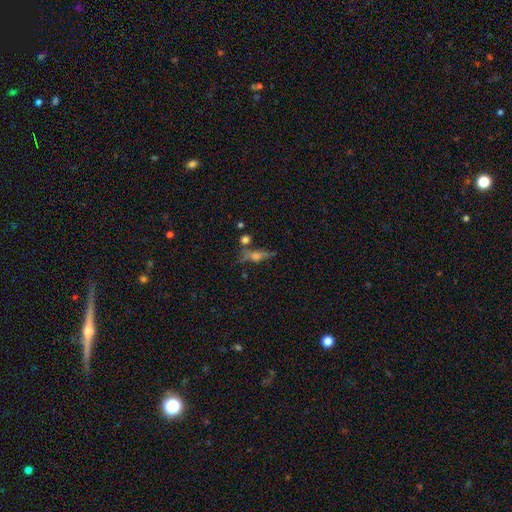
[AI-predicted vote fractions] Smooth or featured: featured or disk — 58% (smooth — 28%)
Edge-on disk: yes — 88% (no — 12%)
Edge-on bulge: rounded — 83% (boxy — 10%)
Merging: none — 65% (minor disturbance — 16%)